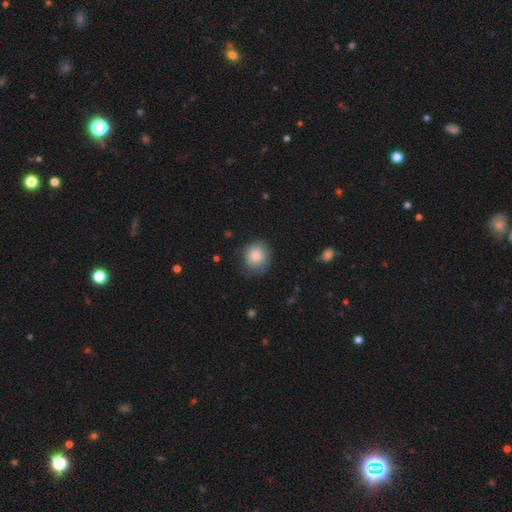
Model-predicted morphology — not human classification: A smooth galaxy with no disk features (83%) that is round (86%).

Vote fractions:
- Smooth or featured? smooth: 83% / featured or disk: 10% / star or artifact: 7%
- How rounded? round: 86% / in between: 13% / cigar-shaped: 1%
- Merging? none: 65% / minor disturbance: 25% / major disturbance: 9% / merger: 1%